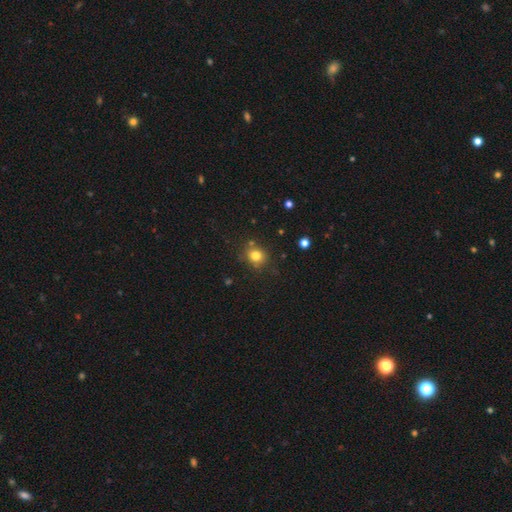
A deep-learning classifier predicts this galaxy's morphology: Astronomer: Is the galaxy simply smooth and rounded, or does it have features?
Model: smooth — 79%.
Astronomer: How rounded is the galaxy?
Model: round — 79%.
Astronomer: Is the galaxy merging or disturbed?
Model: none — 79%.